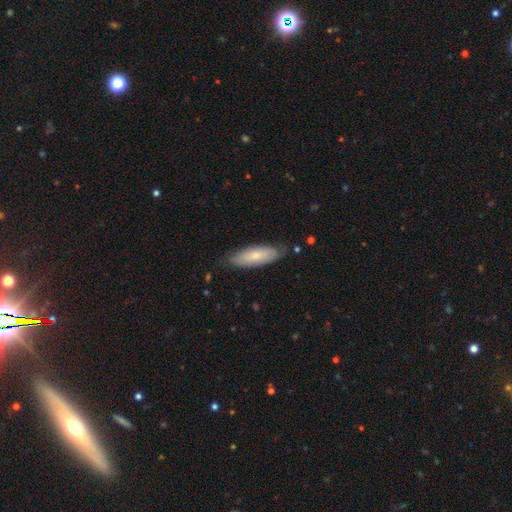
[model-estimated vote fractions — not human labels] This is likely a smooth galaxy (71%). How rounded: possibly in between (56%). Merging: likely none (76%).